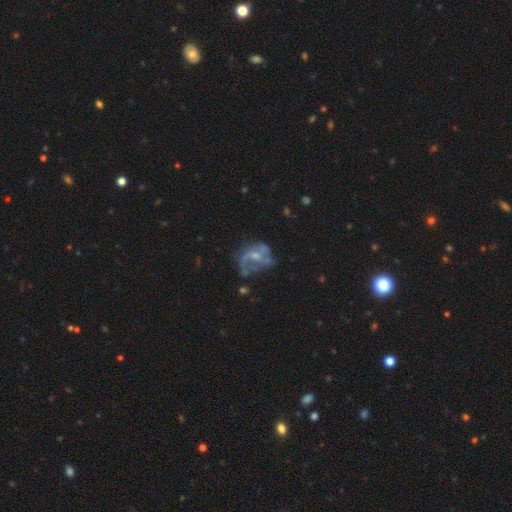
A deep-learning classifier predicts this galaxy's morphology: featured or disk 69%, smooth 21%, star or artifact 10%. Down the decision tree: edge-on disk — no (98%); bar — no (57%); spiral arms — yes (62%); bulge size — small (41%); merging — major disturbance (36%).